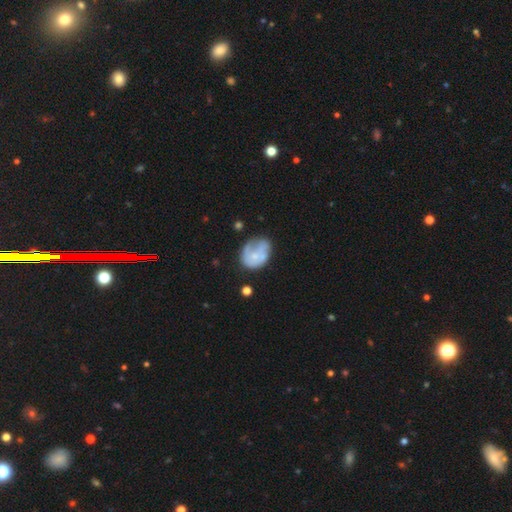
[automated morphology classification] A smooth galaxy with no disk features (50%) that is in between round and cigar-shaped (58%).

Vote fractions:
- Smooth or featured? smooth: 50% / featured or disk: 42% / star or artifact: 8%
- How rounded? in between: 58% / round: 41% / cigar-shaped: 1%
- Merging? none: 37% / minor disturbance: 31% / major disturbance: 23% / merger: 9%